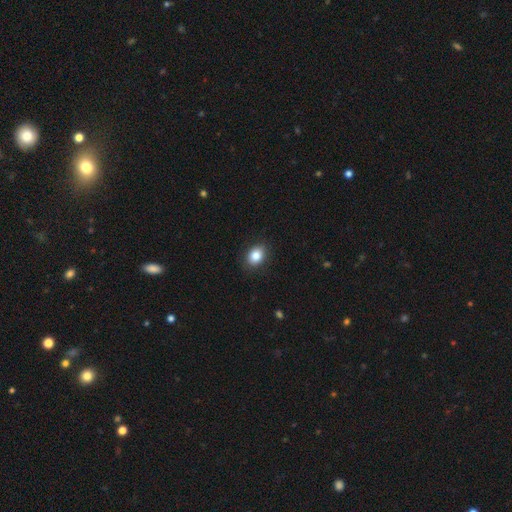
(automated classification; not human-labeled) Morphology: type=smooth (85%); roundness=in between (62%); merging=none (87%).